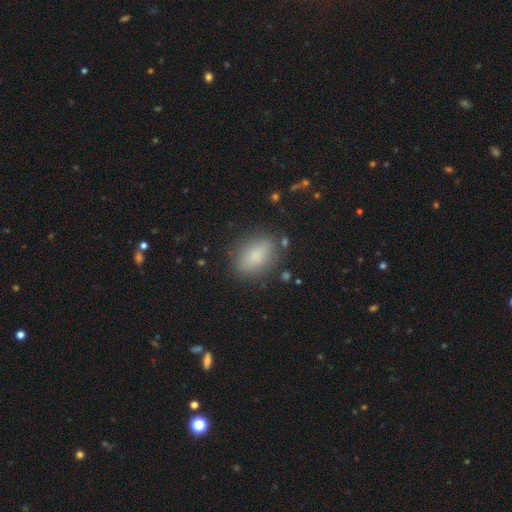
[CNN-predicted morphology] Smooth or featured? Predicted: smooth (p=0.81). How rounded? Predicted: in between (p=0.84). Merging? Predicted: none (p=0.81).